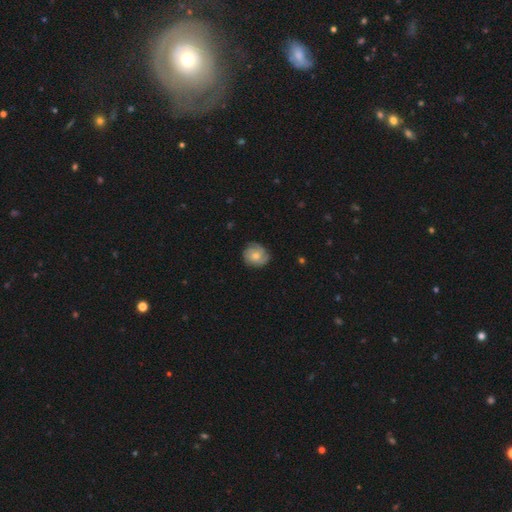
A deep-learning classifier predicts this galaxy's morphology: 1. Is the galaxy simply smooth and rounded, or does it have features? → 61% featured or disk, 32% smooth, 7% star or artifact.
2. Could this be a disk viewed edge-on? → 98% no, 2% yes.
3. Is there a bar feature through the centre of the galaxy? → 80% no, 18% weak, 2% strong.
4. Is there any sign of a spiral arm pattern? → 92% yes, 8% no.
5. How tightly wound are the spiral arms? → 63% tight, 29% medium, 8% loose.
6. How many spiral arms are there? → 39% 3, 25% can't tell, 14% 2, 12% 4, 5% 1, 5% more than 4.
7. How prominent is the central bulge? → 49% moderate, 46% small, 2% none, 2% large, 1% dominant.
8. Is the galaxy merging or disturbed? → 78% none, 17% minor disturbance, 4% major disturbance, 1% merger.